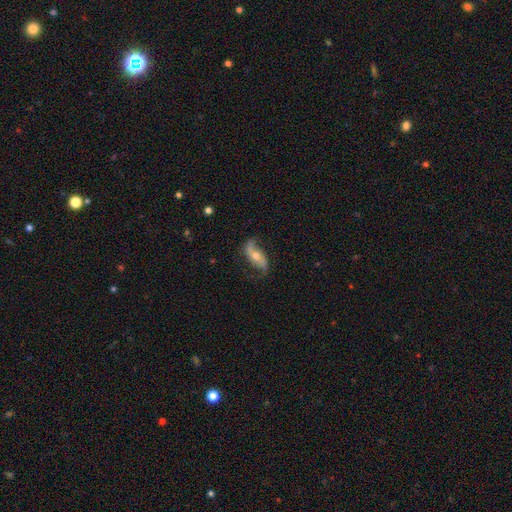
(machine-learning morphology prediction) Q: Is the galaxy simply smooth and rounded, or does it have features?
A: featured or disk — 79%.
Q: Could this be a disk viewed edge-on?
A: no — 92%.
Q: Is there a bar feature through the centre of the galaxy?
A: no — 53%.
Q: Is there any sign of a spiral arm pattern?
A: yes — 93%.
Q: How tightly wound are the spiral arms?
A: loose — 80%.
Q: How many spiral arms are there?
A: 2 — 91%.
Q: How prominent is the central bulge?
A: moderate — 63%.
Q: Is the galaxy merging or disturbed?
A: none — 71%.